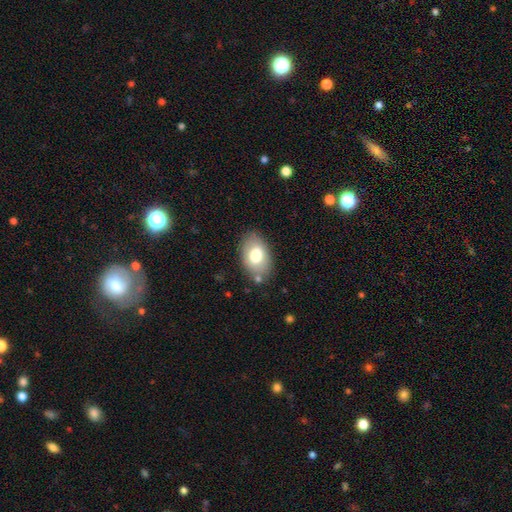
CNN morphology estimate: This appears to be a smooth galaxy with no disk features (75%) that is in between round and cigar-shaped (88%). Merging: none (80%).